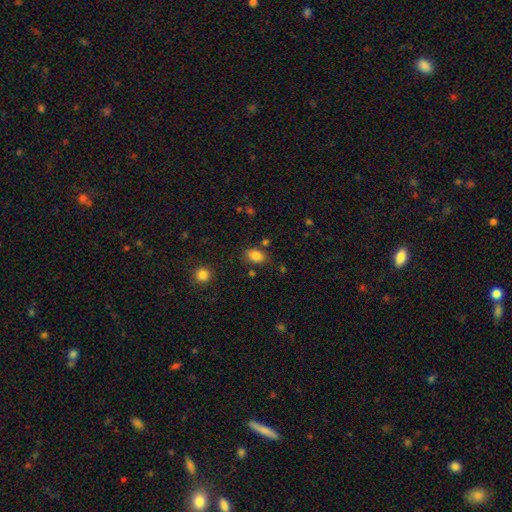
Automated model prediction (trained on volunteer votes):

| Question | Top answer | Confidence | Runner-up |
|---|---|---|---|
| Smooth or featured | smooth | 83% | star or artifact (10%) |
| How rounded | in between | 77% | round (21%) |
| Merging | none | 76% | minor disturbance (14%) |